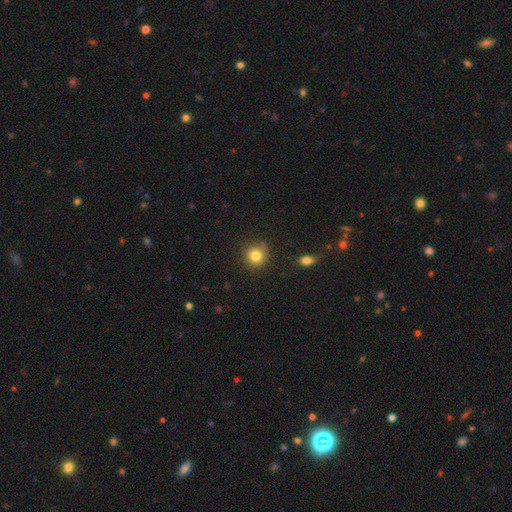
smooth-or-featured: smooth: 85% | star or artifact: 10% | featured or disk: 5%
  how-rounded: round: 91% | in between: 9% | cigar-shaped: 0%
  merging: none: 77% | minor disturbance: 17% | merger: 6% | major disturbance: 0%